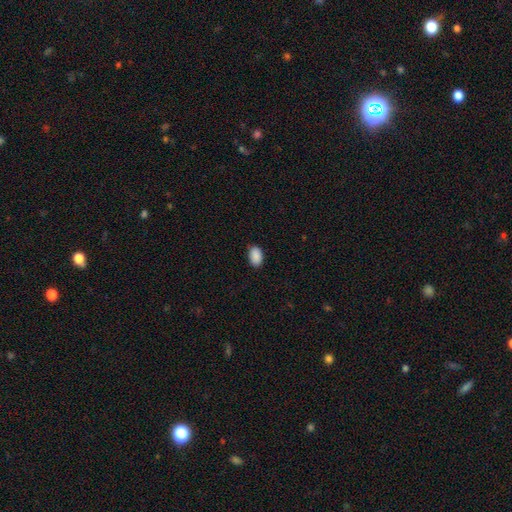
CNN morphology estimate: type=smooth (90%); roundness=in between (91%); merging=none (88%).